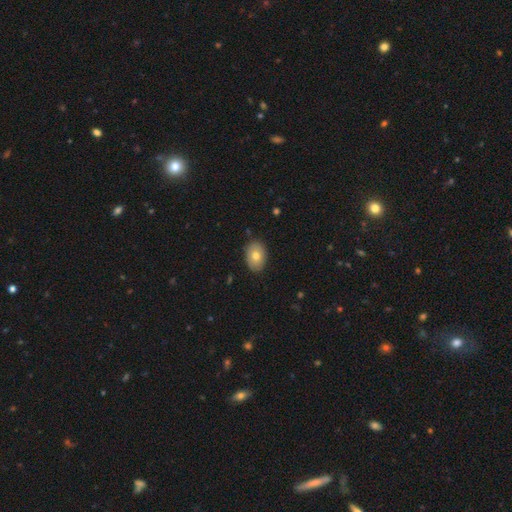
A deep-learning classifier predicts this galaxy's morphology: smooth-or-featured: smooth: 74% | featured or disk: 18% | star or artifact: 7%
  how-rounded: in between: 81% | round: 18% | cigar-shaped: 1%
  merging: none: 87% | minor disturbance: 10% | major disturbance: 2% | merger: 1%